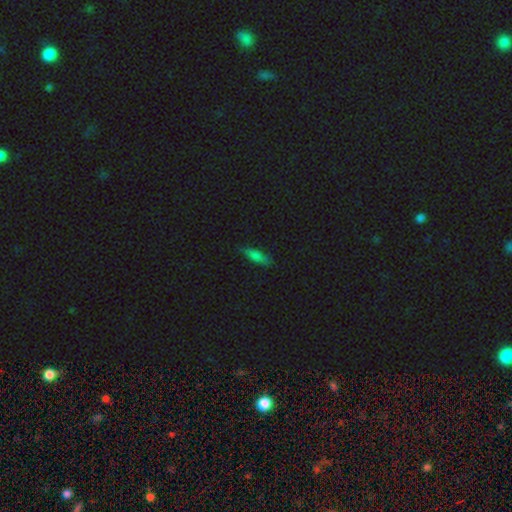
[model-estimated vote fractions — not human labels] This appears to be a smooth galaxy with no disk features (70%) that is in between round and cigar-shaped (50%). Merging: none (80%).